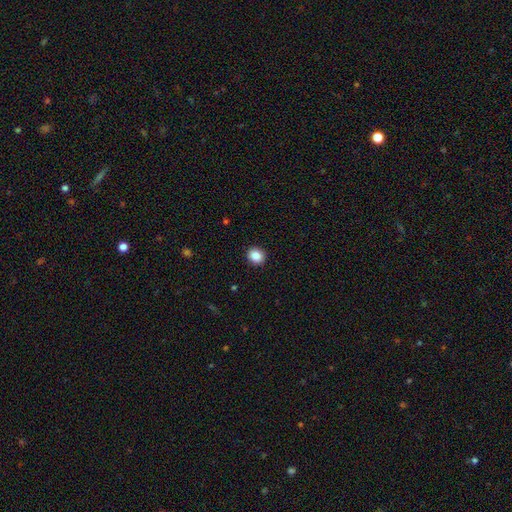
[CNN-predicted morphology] smooth_or_featured: smooth (p=0.87) [alt: star or artifact p=0.09]
how_rounded: round (p=0.80) [alt: in between p=0.19]
merging: none (p=0.92) [alt: minor disturbance p=0.05]